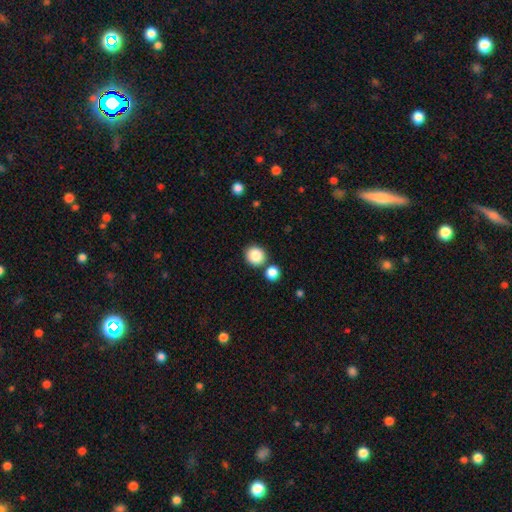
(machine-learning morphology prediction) smooth 87%, star or artifact 9%, featured or disk 5%. Down the decision tree: how rounded — round (85%); merging — none (77%).